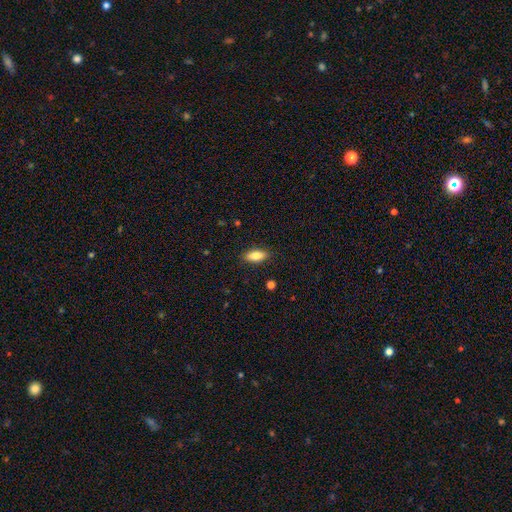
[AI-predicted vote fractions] Overall: smooth (84%). How rounded: in between (81%). Merging: none (87%).